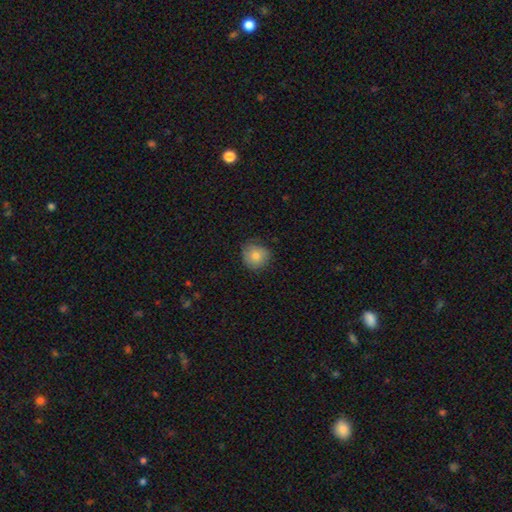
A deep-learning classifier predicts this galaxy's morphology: Smooth or featured? smooth (78%)
How rounded? round (88%)
Merging? none (75%)